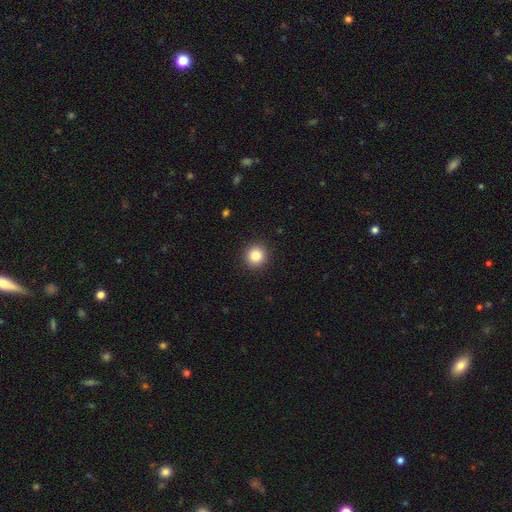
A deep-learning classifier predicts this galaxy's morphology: Smooth or featured? Predicted: smooth (p=0.84). How rounded? Predicted: round (p=0.93). Merging? Predicted: none (p=0.92).